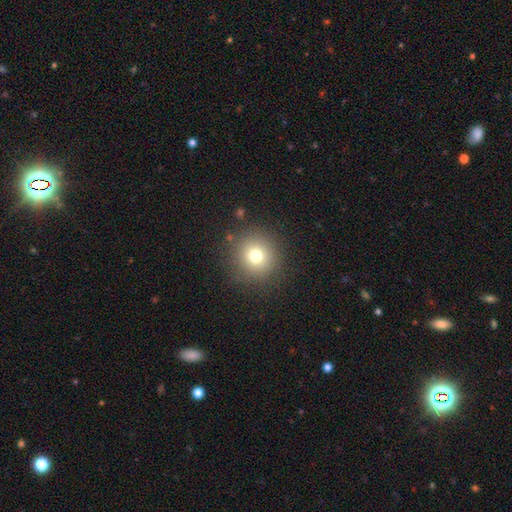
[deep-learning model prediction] Q: Smooth or featured?
A: smooth (75%); runner-up: star or artifact (15%)
Q: How rounded?
A: round (94%); runner-up: in between (5%)
Q: Merging?
A: none (87%); runner-up: minor disturbance (7%)